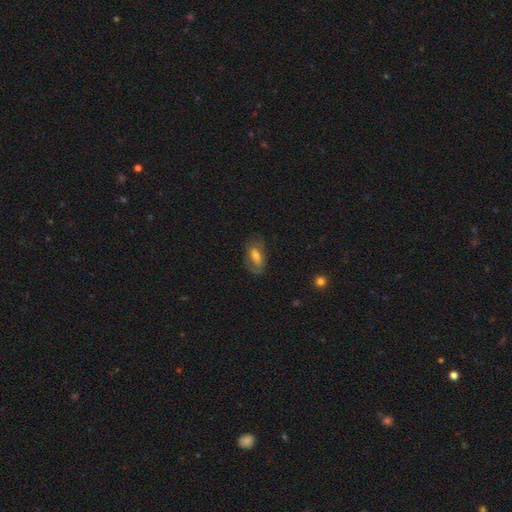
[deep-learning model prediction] Q: Smooth or featured?
A: smooth (56%); runner-up: featured or disk (35%)
Q: How rounded?
A: in between (86%); runner-up: round (7%)
Q: Merging?
A: none (68%); runner-up: minor disturbance (20%)